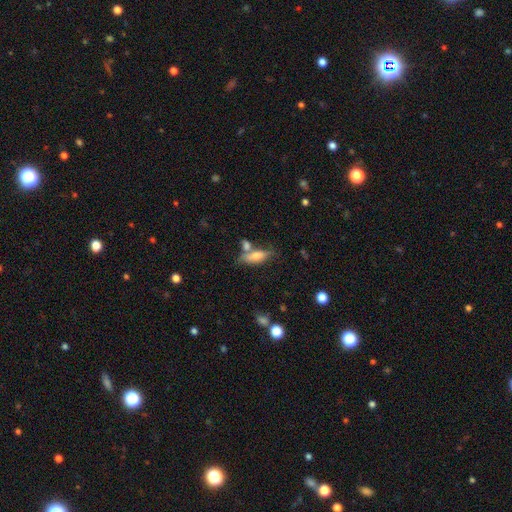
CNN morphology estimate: A smooth galaxy with no disk features (71%) that is in between round and cigar-shaped (55%). Merging: none (53%).